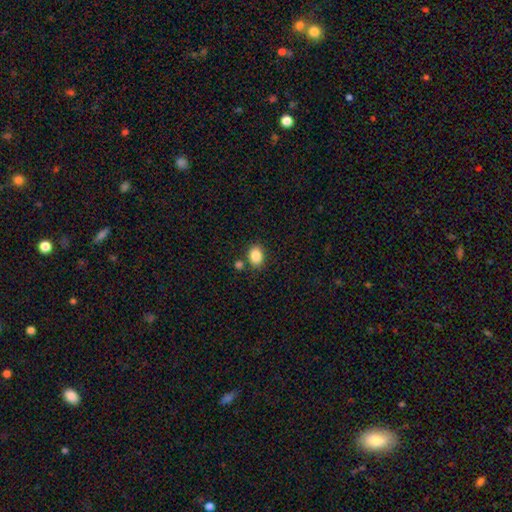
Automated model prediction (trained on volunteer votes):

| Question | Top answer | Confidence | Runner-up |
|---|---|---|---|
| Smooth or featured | smooth | 87% | star or artifact (9%) |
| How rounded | in between | 68% | round (31%) |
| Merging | none | 77% | minor disturbance (11%) |